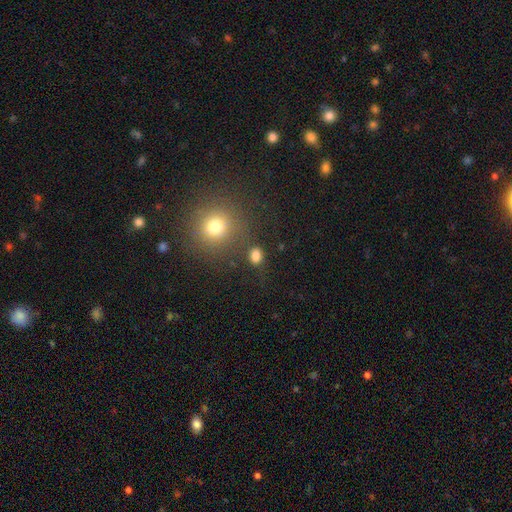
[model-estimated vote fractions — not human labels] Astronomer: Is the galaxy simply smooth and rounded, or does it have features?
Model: smooth — 80%.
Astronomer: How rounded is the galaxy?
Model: round — 52% (runner-up: in between, 47%).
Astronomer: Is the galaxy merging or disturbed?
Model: none — 76%.